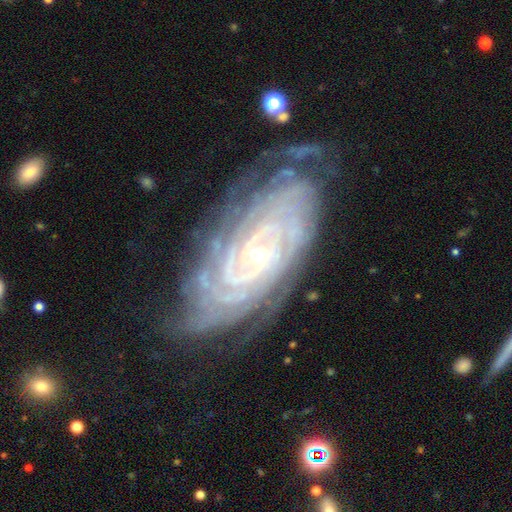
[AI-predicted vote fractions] The model was most divided on "spiral arm count": more than 4: 23%, 4: 22%, can't tell: 21%, 2: 13%, 3: 13%, 1: 7%. More confident: spiral arms — yes (98%); edge-on disk — no (96%); smooth or featured — featured or disk (92%); spiral winding — tight (87%); bulge size — small (82%); merging — none (73%); bar — no (63%).